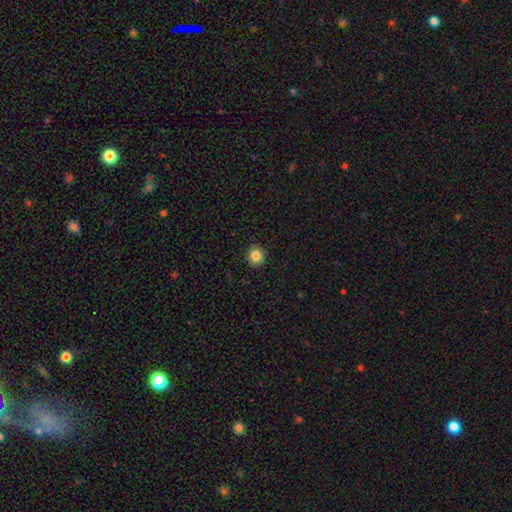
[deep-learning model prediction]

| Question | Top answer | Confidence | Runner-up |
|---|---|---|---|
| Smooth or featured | smooth | 84% | star or artifact (10%) |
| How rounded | round | 87% | in between (12%) |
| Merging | none | 92% | minor disturbance (6%) |